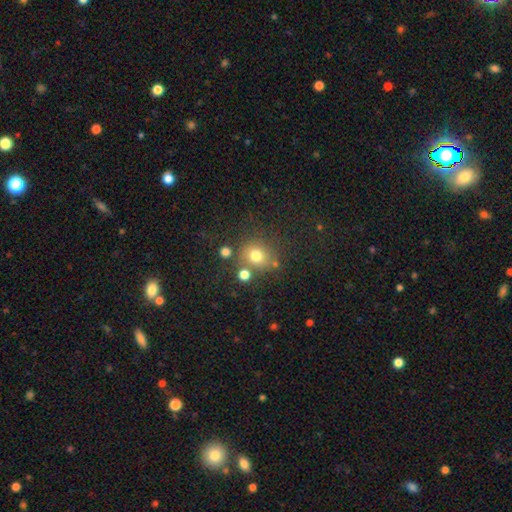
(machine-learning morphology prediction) Smooth or featured? smooth (73%)
How rounded? round (81%)
Merging? none (68%)